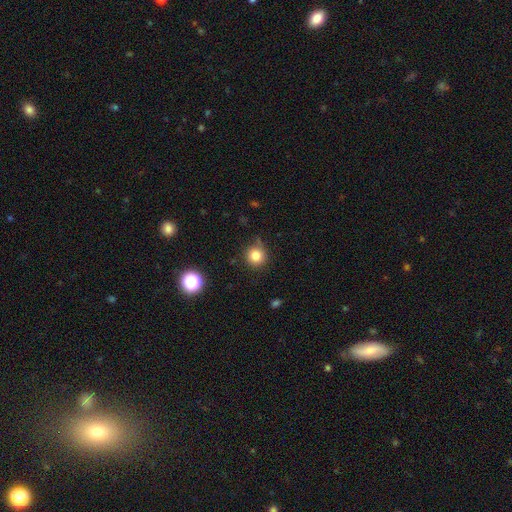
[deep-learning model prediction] A smooth galaxy with no disk features (81%) that is round (93%).

Vote fractions:
- Smooth or featured? smooth: 81% / star or artifact: 13% / featured or disk: 6%
- How rounded? round: 93% / in between: 6% / cigar-shaped: 1%
- Merging? none: 78% / minor disturbance: 16% / major disturbance: 4% / merger: 3%